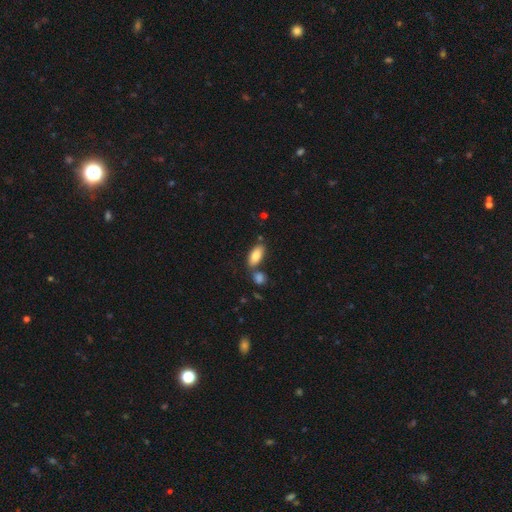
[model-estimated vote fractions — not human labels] Smooth or featured: smooth — 85% (featured or disk — 8%)
How rounded: in between — 89% (cigar-shaped — 8%)
Merging: none — 66% (merger — 18%)